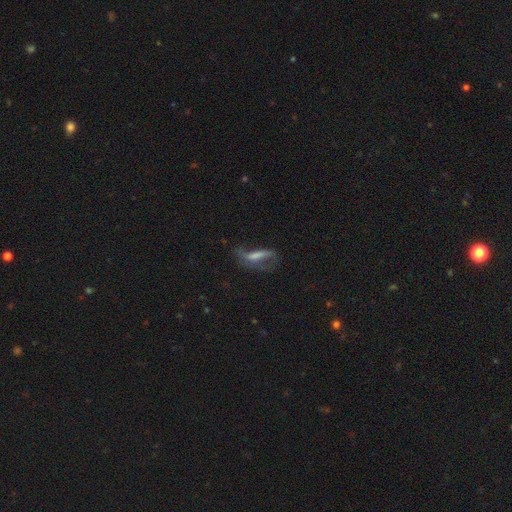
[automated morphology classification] Overall: featured or disk (58%; smooth 29%). Edge-on disk: no (77%). Merging: none (40%; major disturbance 34%).